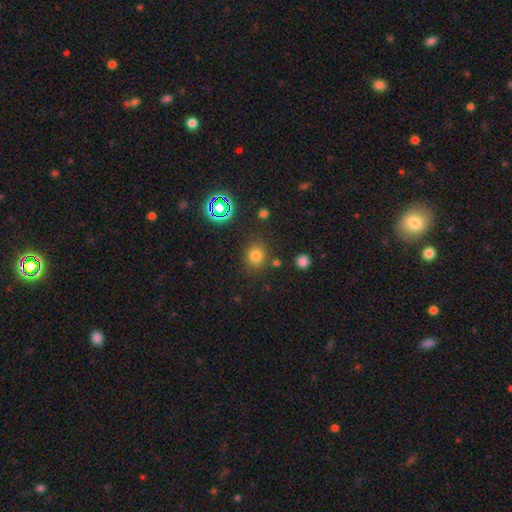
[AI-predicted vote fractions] Q: Smooth or featured?
A: smooth (73%); runner-up: star or artifact (20%)
Q: How rounded?
A: round (80%); runner-up: in between (19%)
Q: Merging?
A: none (81%); runner-up: minor disturbance (10%)